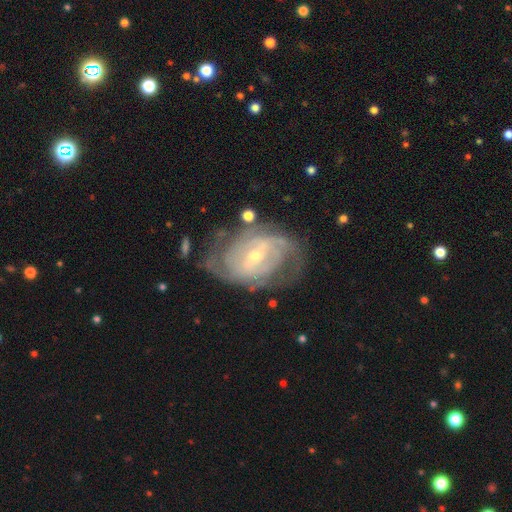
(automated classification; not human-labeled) Smooth or featured? Predicted: featured or disk (p=0.86). Edge-on disk? Predicted: no (p=0.96). Bar? Predicted: weak (p=0.47). Spiral arms? Predicted: yes (p=0.91). Spiral winding? Predicted: tight (p=0.57). Spiral arm count? Predicted: can't tell (p=0.35, tied with 2). Bulge size? Predicted: small (p=0.62). Merging? Predicted: none (p=0.63).